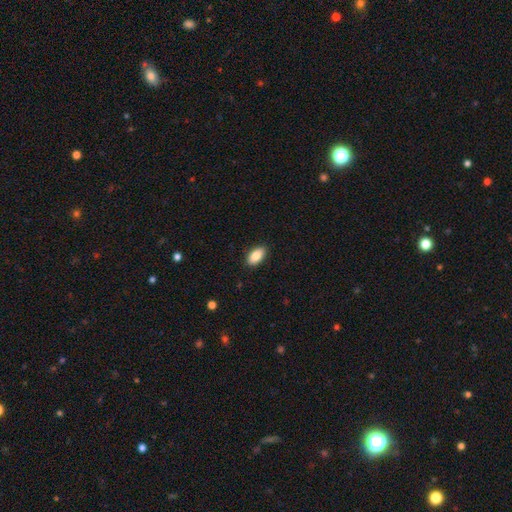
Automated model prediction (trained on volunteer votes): smooth-or-featured: smooth: 85% | featured or disk: 8% | star or artifact: 7%
  how-rounded: in between: 91% | cigar-shaped: 5% | round: 4%
  merging: none: 88% | minor disturbance: 9% | major disturbance: 2% | merger: 1%